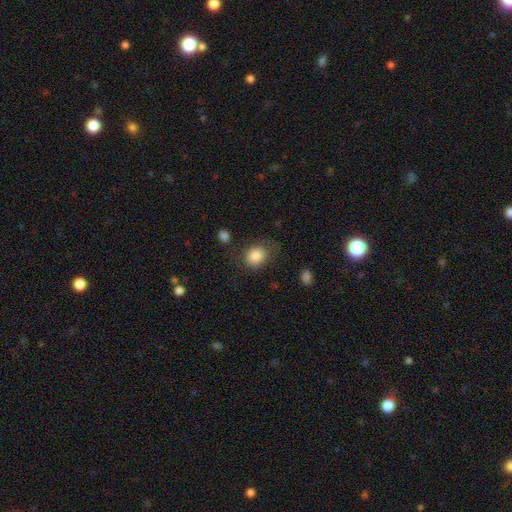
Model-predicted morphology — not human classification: Smooth or featured: smooth — 84% (star or artifact — 8%)
How rounded: round — 65% (in between — 34%)
Merging: none — 72% (minor disturbance — 17%)